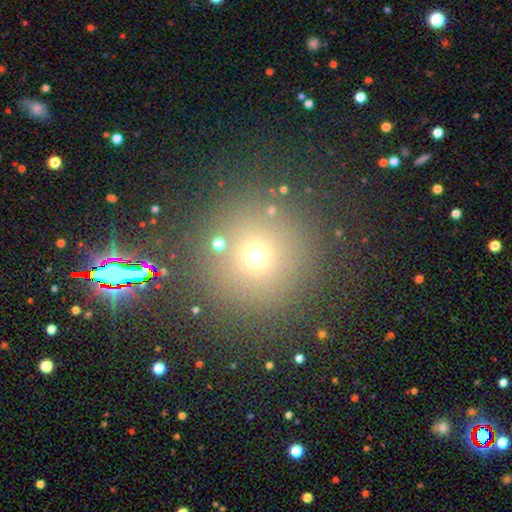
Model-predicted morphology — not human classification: This is possibly a smooth galaxy (59%). How rounded: clearly round (95%). Merging: clearly none (84%).